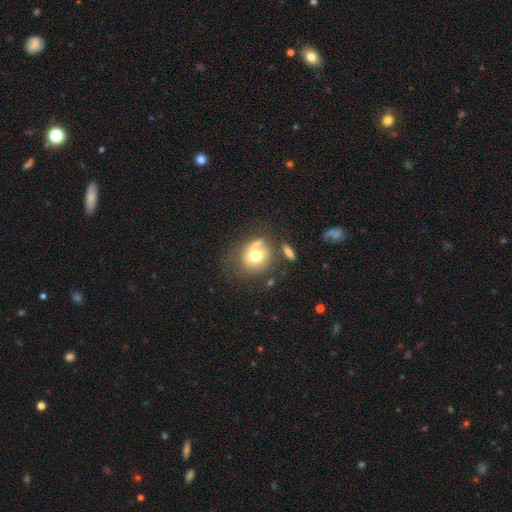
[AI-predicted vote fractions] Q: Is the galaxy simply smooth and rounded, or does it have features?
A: smooth — 68%.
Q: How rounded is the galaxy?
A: round — 78%.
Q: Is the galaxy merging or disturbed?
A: none — 50%.